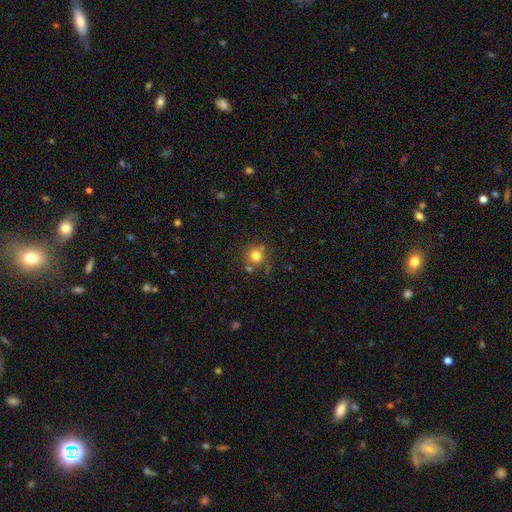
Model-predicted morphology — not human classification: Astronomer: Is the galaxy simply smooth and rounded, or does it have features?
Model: smooth — 78%.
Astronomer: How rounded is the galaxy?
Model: round — 91%.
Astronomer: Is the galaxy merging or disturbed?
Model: none — 72%.